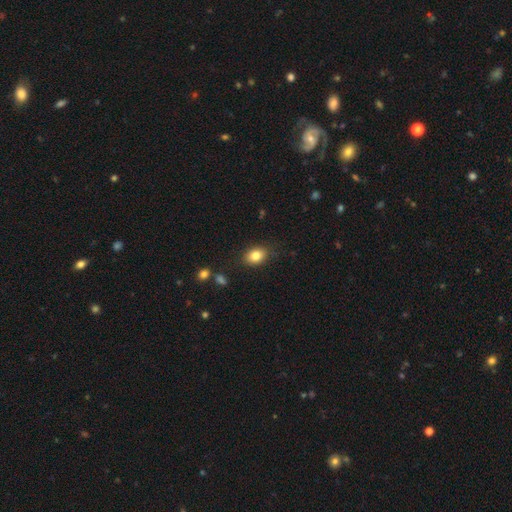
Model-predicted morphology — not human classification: Smooth or featured? smooth (82%)
How rounded? in between (72%)
Merging? none (84%)